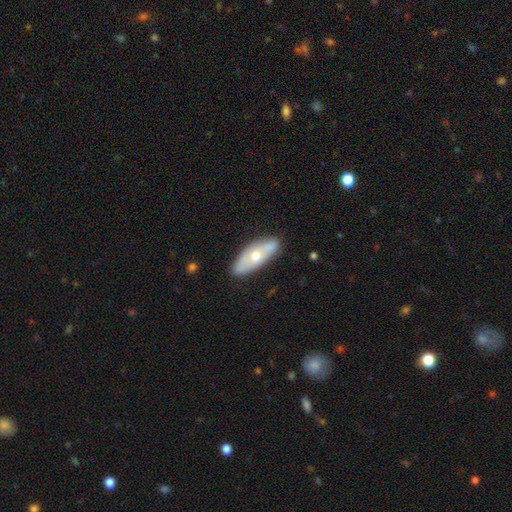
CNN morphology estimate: smooth 50%, featured or disk 44%, star or artifact 6%. Down the decision tree: how rounded — in between (71%); merging — none (81%).